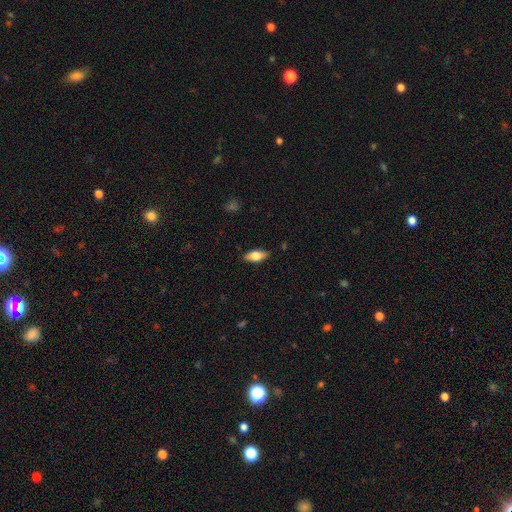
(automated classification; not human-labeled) Smooth or featured?
  - smooth: 69% *
  - featured or disk: 24%
  - star or artifact: 7%
How rounded?
  - in between: 82% *
  - cigar-shaped: 15%
  - round: 3%
Merging?
  - none: 86% *
  - minor disturbance: 11%
  - major disturbance: 2%
  - merger: 1%